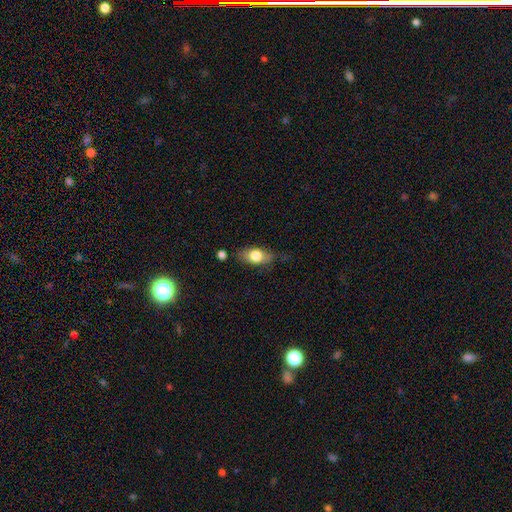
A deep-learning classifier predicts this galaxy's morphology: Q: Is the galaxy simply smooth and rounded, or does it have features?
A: smooth — 72%.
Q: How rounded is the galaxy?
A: in between — 80%.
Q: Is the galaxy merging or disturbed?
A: none — 71%.